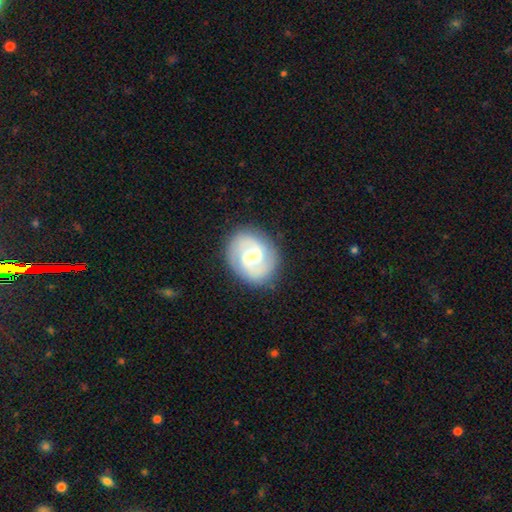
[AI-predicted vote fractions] Morphology: type=featured or disk (80%); edge-on=no (98%); bar=weak (55%); spiral arms=yes (92%); winding=medium (48%); arm count=2 (89%); bulge=moderate (66%); merging=none (85%).